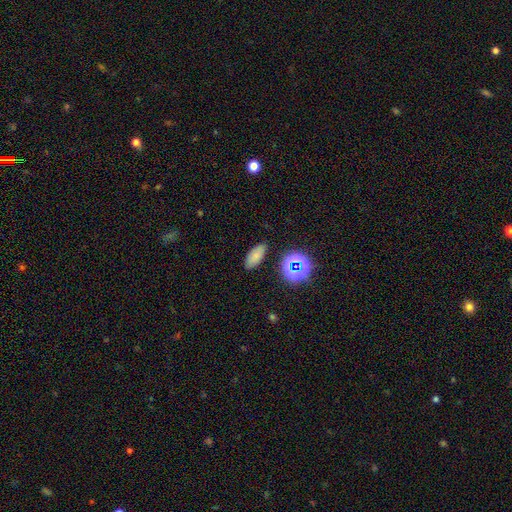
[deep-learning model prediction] Smooth or featured: smooth — 75% (star or artifact — 17%)
How rounded: in between — 85% (cigar-shaped — 9%)
Merging: none — 85% (minor disturbance — 10%)